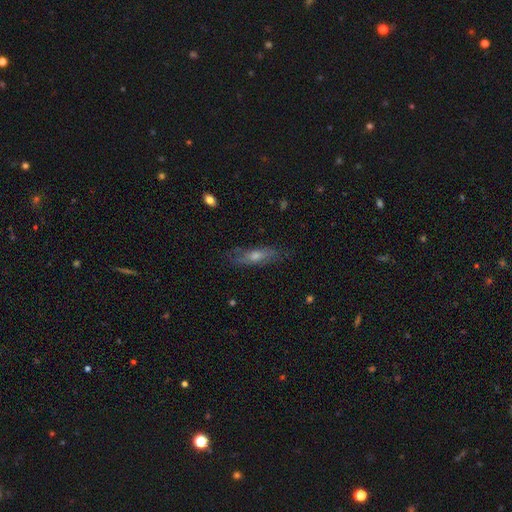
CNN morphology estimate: Smooth or featured?
  - featured or disk: 48% *
  - smooth: 41%
  - star or artifact: 11%
Merging?
  - none: 78% *
  - minor disturbance: 16%
  - major disturbance: 5%
  - merger: 1%